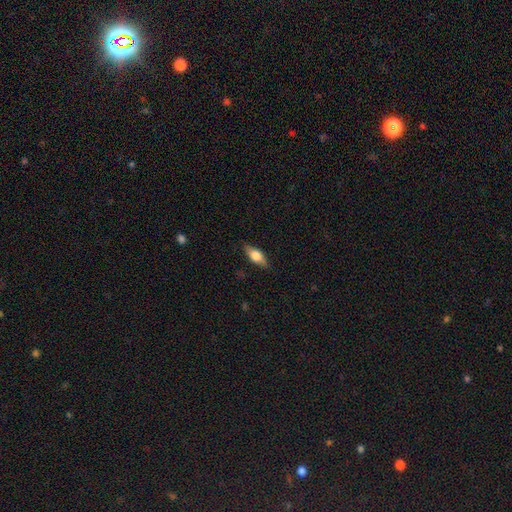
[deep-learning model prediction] smooth_or_featured: smooth (p=0.63) [alt: featured or disk p=0.31]
how_rounded: in between (p=0.77) [alt: cigar-shaped p=0.19]
merging: none (p=0.84) [alt: minor disturbance p=0.13]